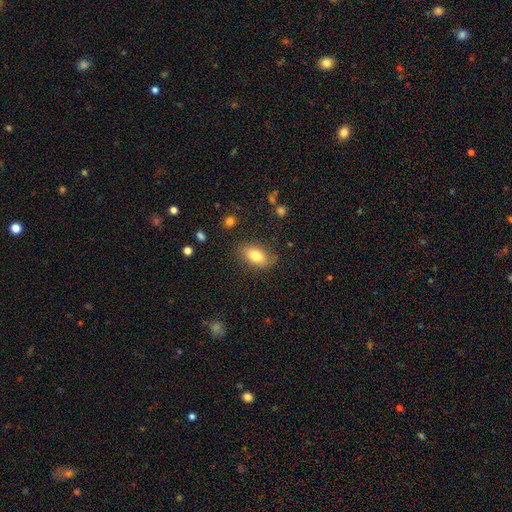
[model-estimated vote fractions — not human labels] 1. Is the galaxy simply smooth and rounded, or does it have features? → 80% smooth, 12% featured or disk, 8% star or artifact.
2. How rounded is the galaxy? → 88% in between, 9% round, 3% cigar-shaped.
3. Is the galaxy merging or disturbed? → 81% none, 14% minor disturbance, 4% major disturbance, 1% merger.